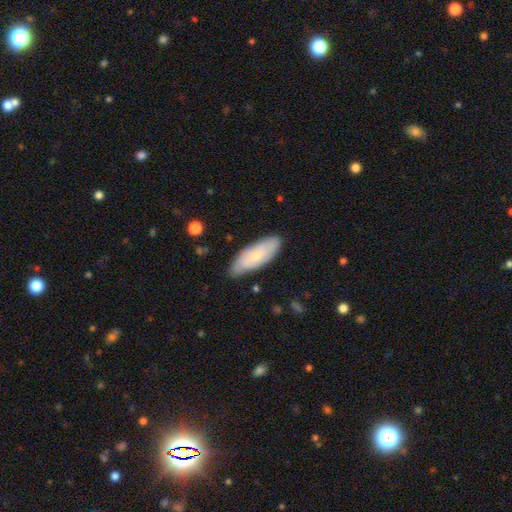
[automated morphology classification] The model was most divided on "smooth or featured": smooth: 59%, featured or disk: 35%, star or artifact: 6%. More confident: merging — none (78%); how rounded — in between (74%).